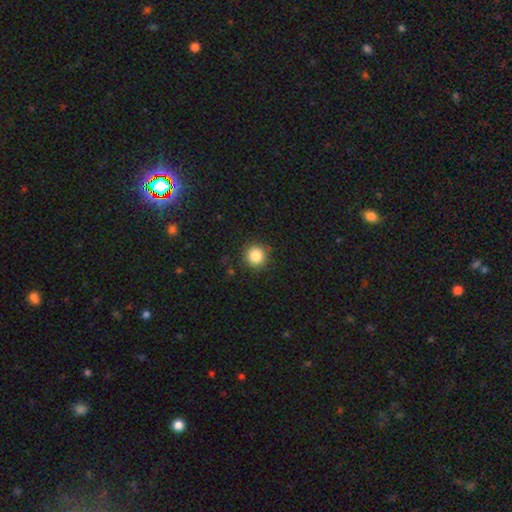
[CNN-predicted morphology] type=smooth (85%); roundness=round (94%); merging=none (88%).